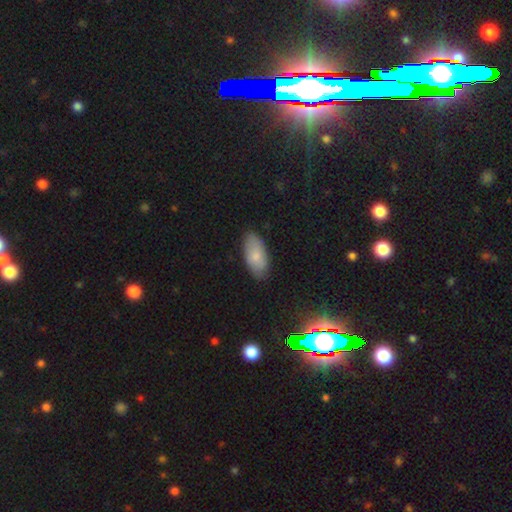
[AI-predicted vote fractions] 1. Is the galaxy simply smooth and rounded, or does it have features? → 76% smooth, 17% featured or disk, 7% star or artifact.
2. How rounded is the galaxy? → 91% in between, 6% cigar-shaped, 2% round.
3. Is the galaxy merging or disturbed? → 80% none, 16% minor disturbance, 3% major disturbance, 1% merger.